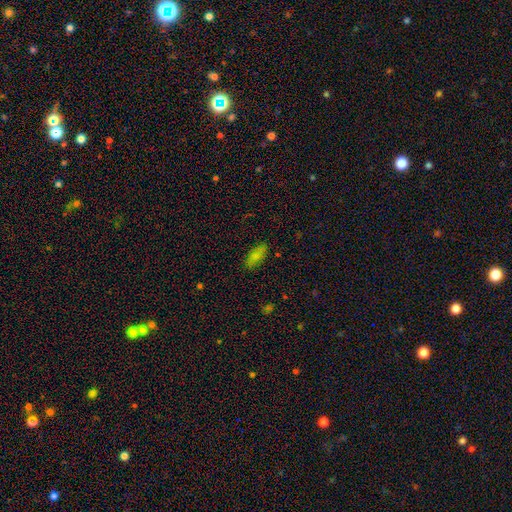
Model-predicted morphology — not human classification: Overall: smooth (81%). How rounded: in between (81%). Merging: none (83%).